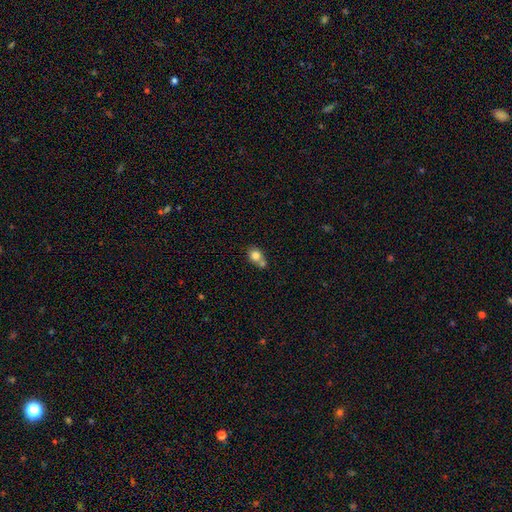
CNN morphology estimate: Smooth or featured? smooth (79%)
How rounded? round (62%)
Merging? merger (45%)